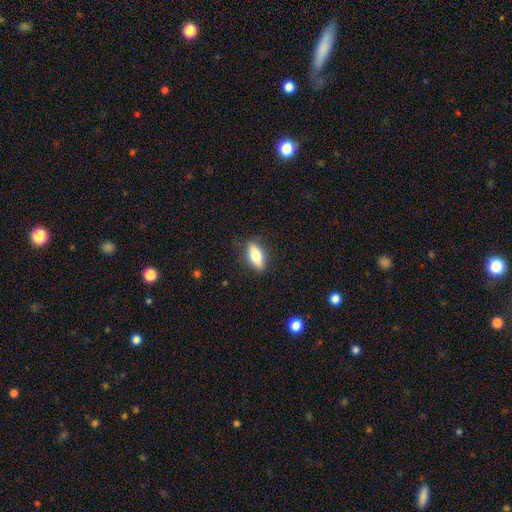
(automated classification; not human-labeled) smooth_or_featured: smooth (p=0.69) [alt: featured or disk p=0.24]
how_rounded: in between (p=0.74) [alt: cigar-shaped p=0.22]
merging: none (p=0.84) [alt: minor disturbance p=0.12]